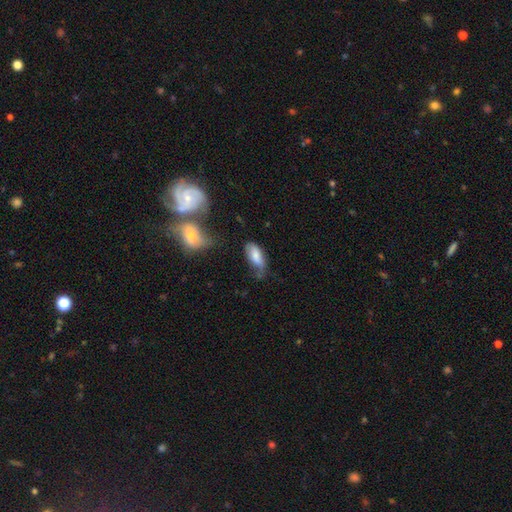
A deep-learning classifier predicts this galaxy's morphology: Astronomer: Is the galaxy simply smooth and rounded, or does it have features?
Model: smooth — 77%.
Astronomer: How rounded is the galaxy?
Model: in between — 87%.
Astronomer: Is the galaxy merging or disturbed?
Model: none — 42% (runner-up: minor disturbance, 38%).